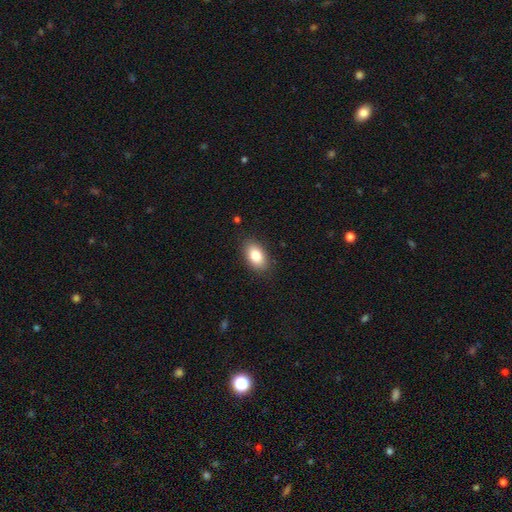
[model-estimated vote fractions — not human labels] smooth-or-featured: smooth: 83% | featured or disk: 9% | star or artifact: 7%
  how-rounded: in between: 91% | round: 7% | cigar-shaped: 2%
  merging: none: 87% | minor disturbance: 10% | major disturbance: 2% | merger: 1%